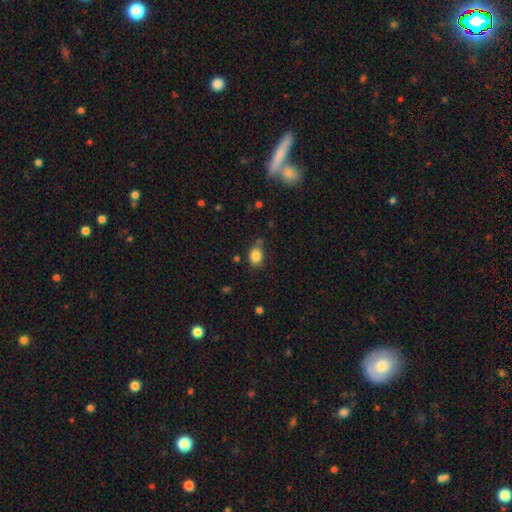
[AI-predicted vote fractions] Smooth or featured: smooth — 84% (star or artifact — 10%)
How rounded: in between — 62% (round — 37%)
Merging: none — 66% (minor disturbance — 24%)